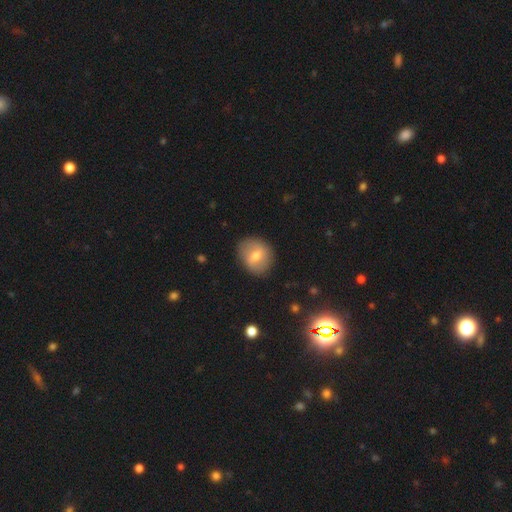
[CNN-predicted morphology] smooth-or-featured: smooth: 55% | featured or disk: 36% | star or artifact: 10%
  how-rounded: round: 65% | in between: 34% | cigar-shaped: 1%
  merging: none: 83% | minor disturbance: 12% | major disturbance: 4% | merger: 1%